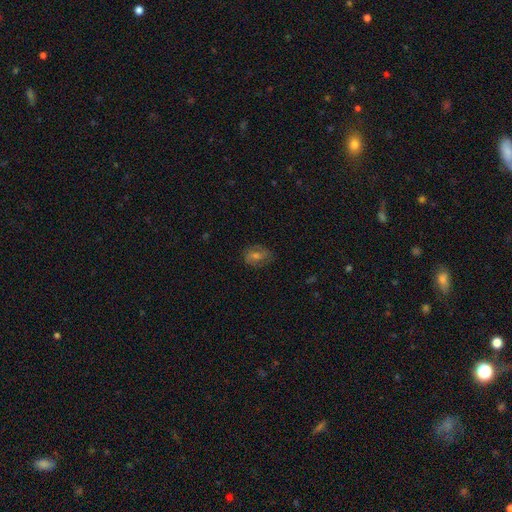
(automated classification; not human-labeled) A smooth galaxy with no disk features (44%).

Vote fractions:
- Smooth or featured? smooth: 44% / featured or disk: 37% / star or artifact: 19%
- Merging? none: 78% / minor disturbance: 16% / major disturbance: 5% / merger: 1%